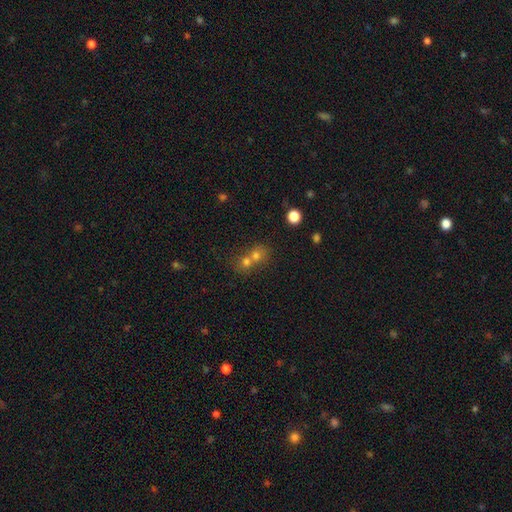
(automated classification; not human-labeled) smooth_or_featured: smooth (p=0.58) [alt: star or artifact p=0.26]
how_rounded: round (p=0.72) [alt: in between p=0.26]
merging: merger (p=0.55) [alt: none p=0.36]